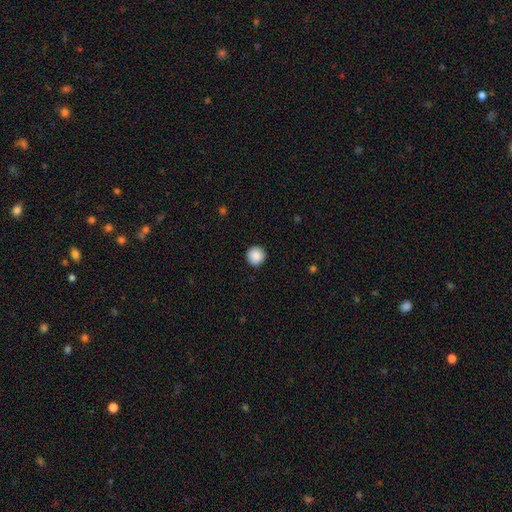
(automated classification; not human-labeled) This is clearly a smooth galaxy (89%). How rounded: clearly round (96%). Merging: clearly none (93%).